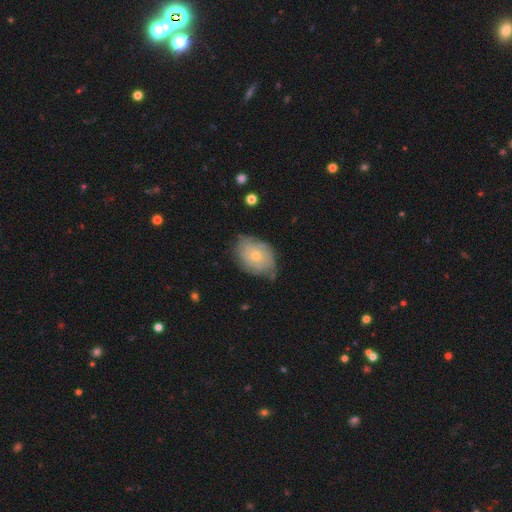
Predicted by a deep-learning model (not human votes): featured or disk 57%, smooth 36%, star or artifact 7%. Down the decision tree: edge-on disk — no (96%); bar — no (85%); spiral arms — yes (75%); bulge size — small (62%); merging — none (63%).